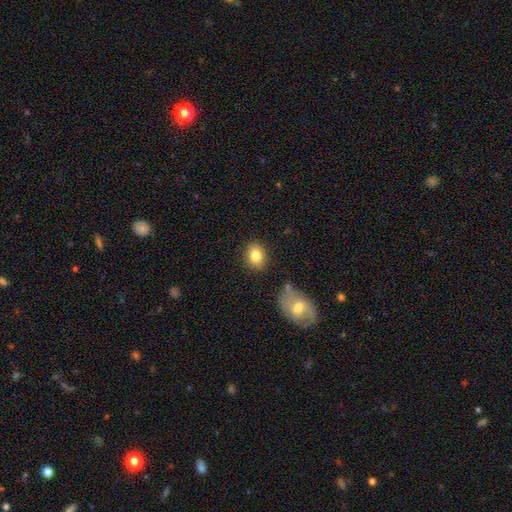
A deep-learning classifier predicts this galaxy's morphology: Smooth or featured? smooth (82%)
How rounded? in between (52%)
Merging? none (84%)